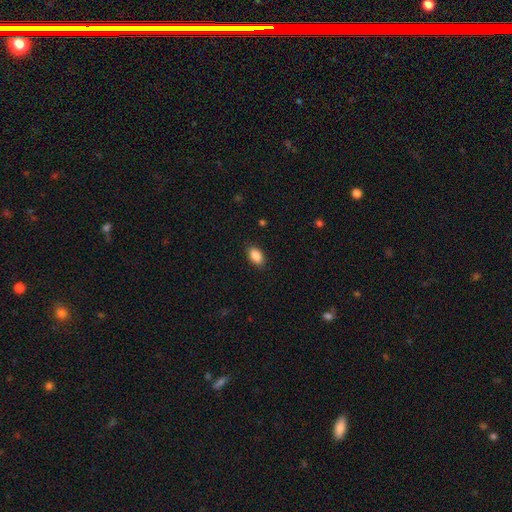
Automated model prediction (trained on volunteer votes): This is clearly a smooth galaxy (89%). How rounded: clearly in between (91%). Merging: clearly none (89%).